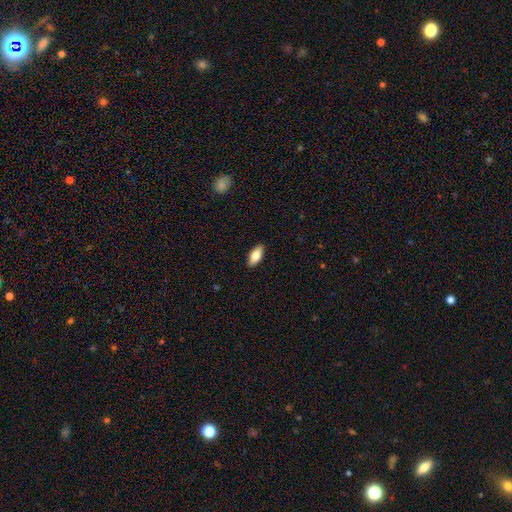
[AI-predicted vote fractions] smooth 80%, featured or disk 14%, star or artifact 6%. Down the decision tree: how rounded — in between (86%); merging — none (90%).